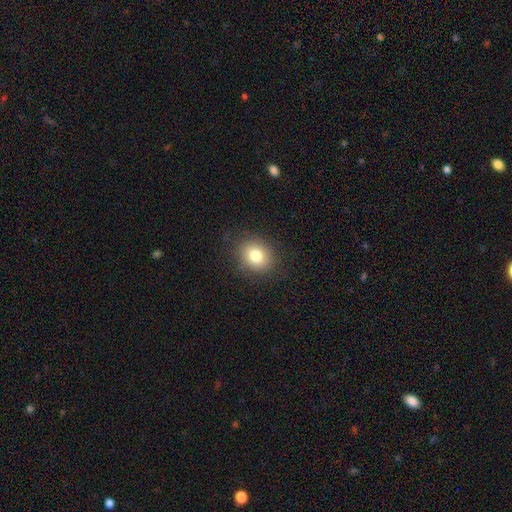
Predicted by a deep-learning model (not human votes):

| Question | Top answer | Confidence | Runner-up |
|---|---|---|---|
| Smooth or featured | smooth | 80% | star or artifact (11%) |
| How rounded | round | 63% | in between (36%) |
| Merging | none | 87% | minor disturbance (9%) |